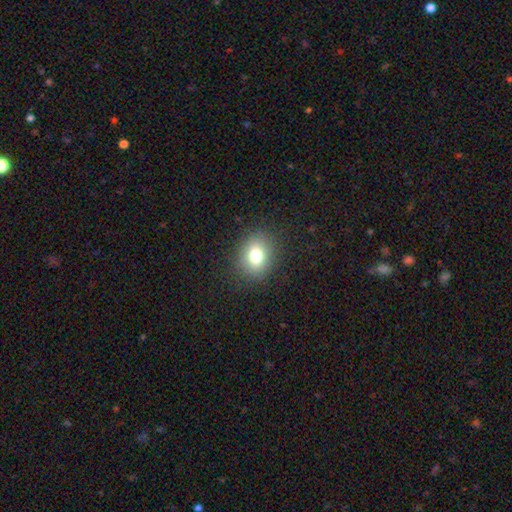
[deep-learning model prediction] Smooth or featured? Predicted: smooth (p=0.76). How rounded? Predicted: round (p=0.52). Merging? Predicted: none (p=0.86).